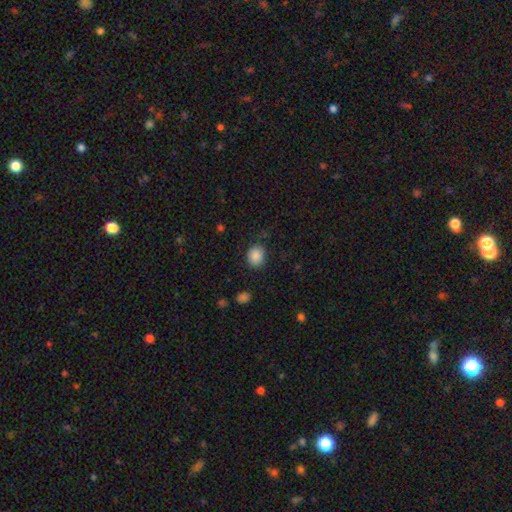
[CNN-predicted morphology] Q: Smooth or featured?
A: smooth (87%); runner-up: star or artifact (9%)
Q: How rounded?
A: round (65%); runner-up: in between (34%)
Q: Merging?
A: none (82%); runner-up: minor disturbance (12%)